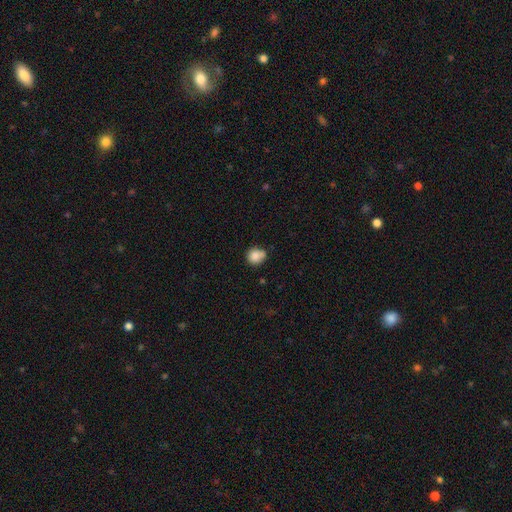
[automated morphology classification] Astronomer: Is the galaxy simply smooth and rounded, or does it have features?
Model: smooth — 83%.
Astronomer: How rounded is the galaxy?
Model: round — 79%.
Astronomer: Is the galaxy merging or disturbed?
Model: none — 58%.